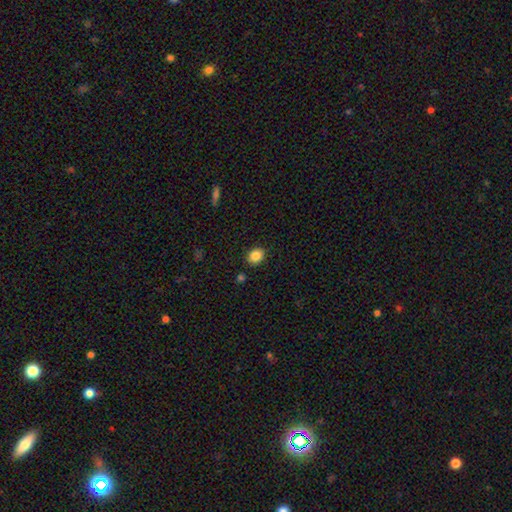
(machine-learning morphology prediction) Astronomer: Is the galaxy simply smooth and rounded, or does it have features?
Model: smooth — 85%.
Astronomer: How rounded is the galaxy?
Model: round — 54% (runner-up: in between, 45%).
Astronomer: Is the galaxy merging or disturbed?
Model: none — 87%.